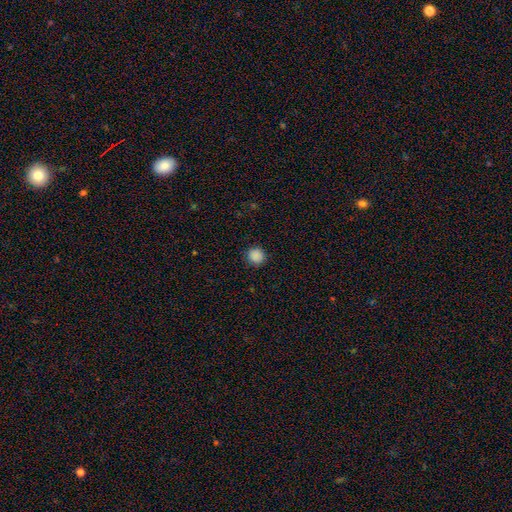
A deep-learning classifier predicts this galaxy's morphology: Overall: smooth (88%). How rounded: round (91%). Merging: none (90%).